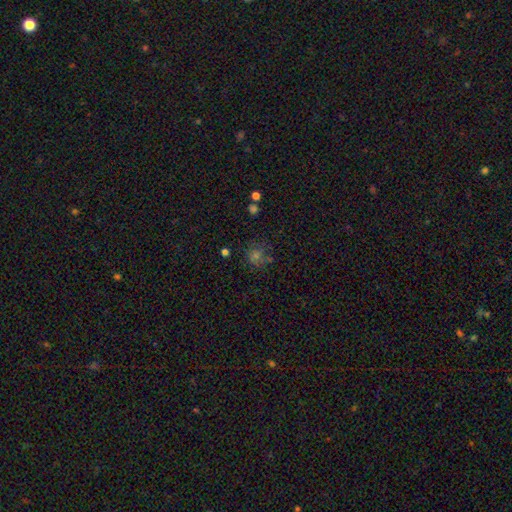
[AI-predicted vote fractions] Smooth or featured?
  - smooth: 50% *
  - star or artifact: 34%
  - featured or disk: 16%
How rounded?
  - round: 84% *
  - in between: 15%
  - cigar-shaped: 1%
Merging?
  - none: 70% *
  - minor disturbance: 16%
  - major disturbance: 9%
  - merger: 6%